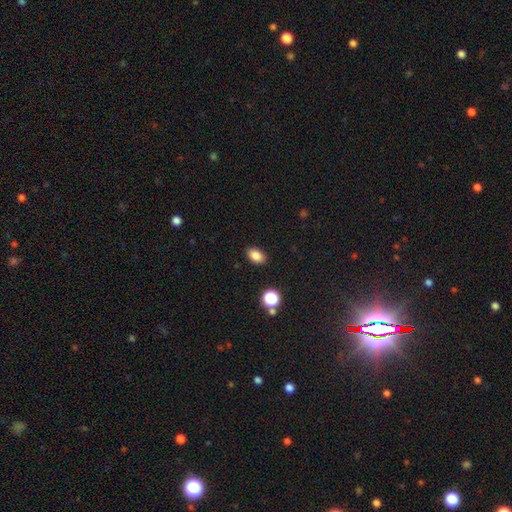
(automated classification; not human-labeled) Overall: smooth (85%). How rounded: in between (84%). Merging: none (87%).